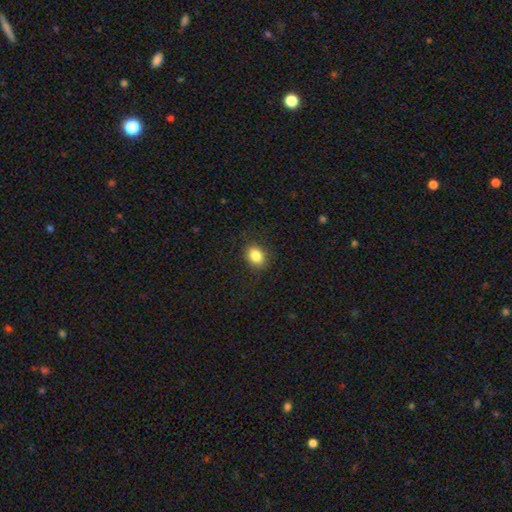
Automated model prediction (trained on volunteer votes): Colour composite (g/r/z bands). It shows a smooth galaxy with no disk features (85%) that is in between round and cigar-shaped (59%). Merging: none (86%).